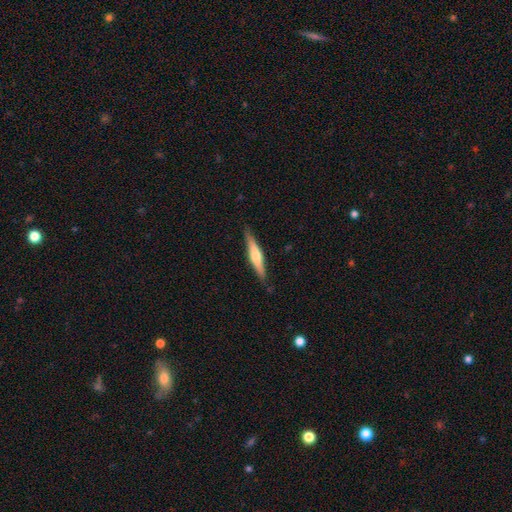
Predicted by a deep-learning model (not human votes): The model was most divided on "smooth or featured": featured or disk: 53%, smooth: 41%, star or artifact: 5%. More confident: edge-on disk — yes (96%); merging — none (87%); edge-on bulge — rounded (79%).